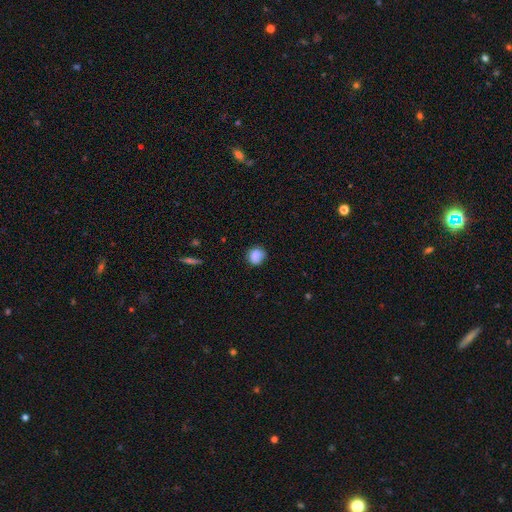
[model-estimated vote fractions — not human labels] Q: Smooth or featured?
A: smooth (85%); runner-up: star or artifact (9%)
Q: How rounded?
A: round (78%); runner-up: in between (21%)
Q: Merging?
A: none (72%); runner-up: minor disturbance (21%)